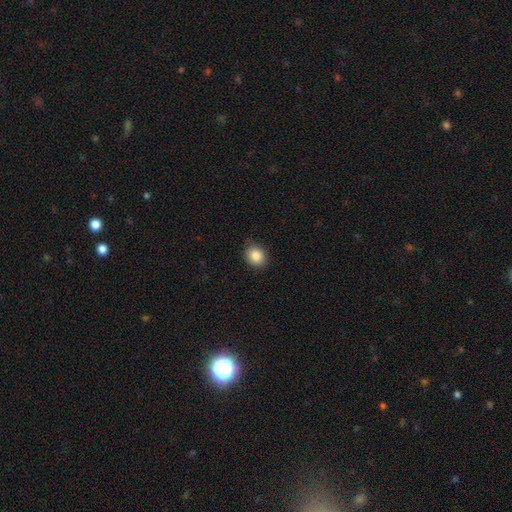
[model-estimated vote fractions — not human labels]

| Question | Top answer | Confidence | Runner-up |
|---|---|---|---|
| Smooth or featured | smooth | 86% | star or artifact (9%) |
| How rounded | round | 60% | in between (39%) |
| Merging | none | 84% | minor disturbance (13%) |